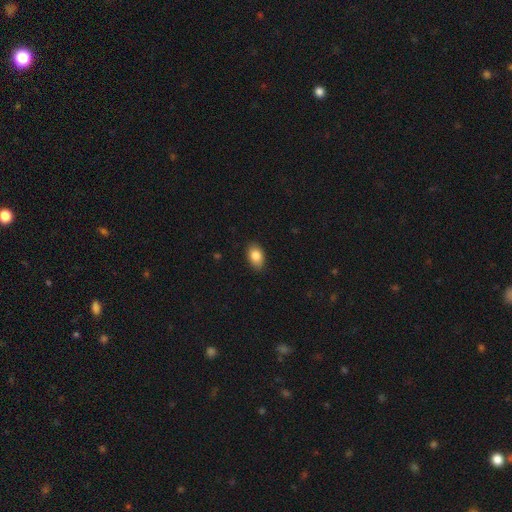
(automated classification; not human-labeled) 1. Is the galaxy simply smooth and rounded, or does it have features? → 85% smooth, 8% star or artifact, 7% featured or disk.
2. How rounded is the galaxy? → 88% in between, 11% round, 1% cigar-shaped.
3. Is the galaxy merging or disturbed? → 87% none, 10% minor disturbance, 2% major disturbance, 1% merger.